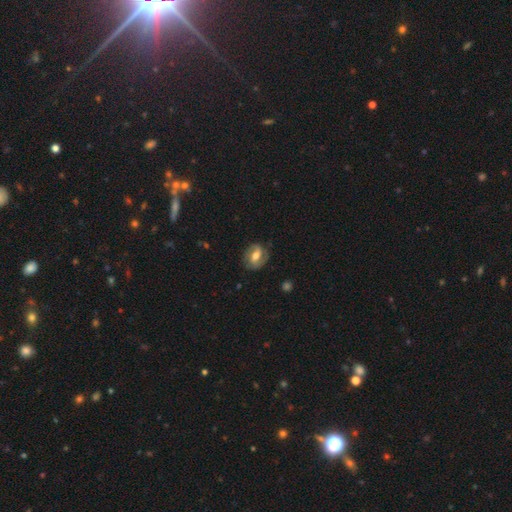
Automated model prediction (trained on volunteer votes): This is likely a featured or disk galaxy (64%). It is clearly not viewed edge-on (96%). Bar: marginally weak (44%). Spiral arm pattern: clearly yes (83%). Spiral arm count: clearly 2 (81%). Spiral winding: marginally medium (45%). Central bulge: likely moderate (64%). Merging: likely none (75%).